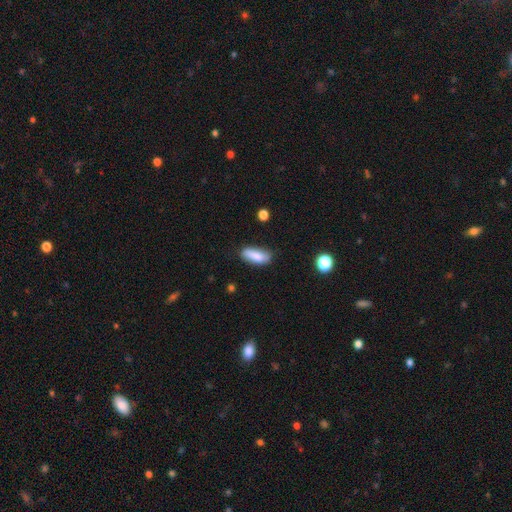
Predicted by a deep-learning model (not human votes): smooth_or_featured: smooth (p=0.82) [alt: featured or disk p=0.10]
how_rounded: in between (p=0.70) [alt: cigar-shaped p=0.27]
merging: none (p=0.74) [alt: minor disturbance p=0.20]